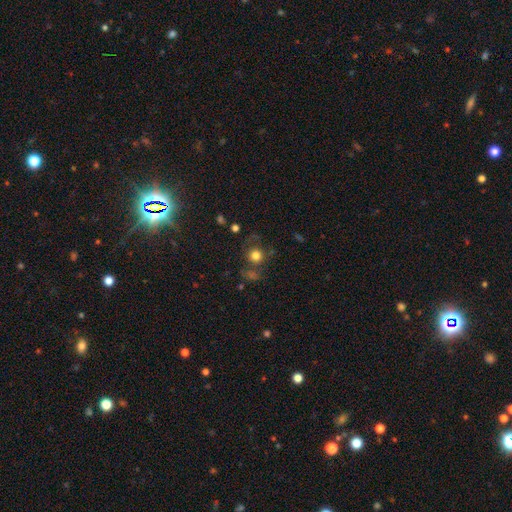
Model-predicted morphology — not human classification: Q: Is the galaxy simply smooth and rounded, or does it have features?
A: smooth — 74%.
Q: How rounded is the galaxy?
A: round — 90%.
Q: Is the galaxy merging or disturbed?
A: none — 68%.